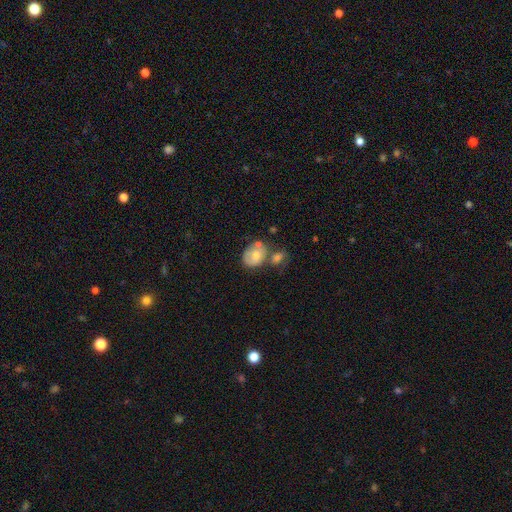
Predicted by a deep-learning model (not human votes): This is likely a smooth galaxy (65%). How rounded: possibly in between (60%). Merging: marginally merger (35%).